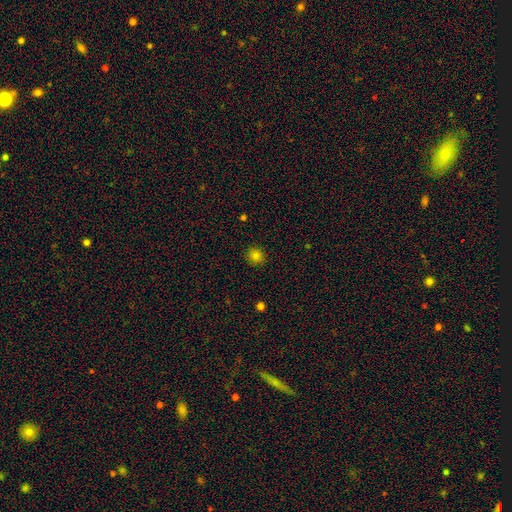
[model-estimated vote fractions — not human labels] This is likely a smooth galaxy (80%). How rounded: clearly round (90%). Merging: clearly none (90%).